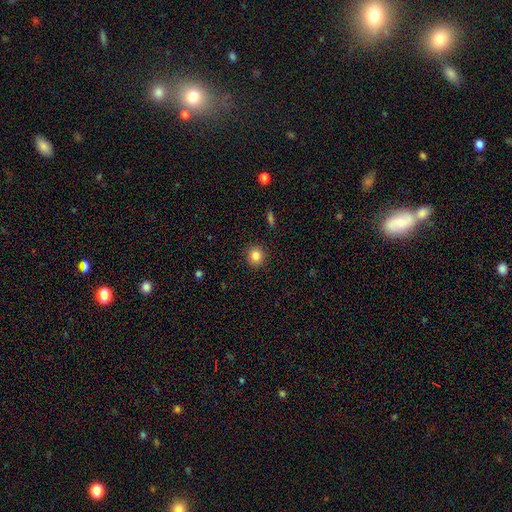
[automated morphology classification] This is clearly a smooth galaxy (84%). How rounded: clearly round (85%). Merging: clearly none (90%).